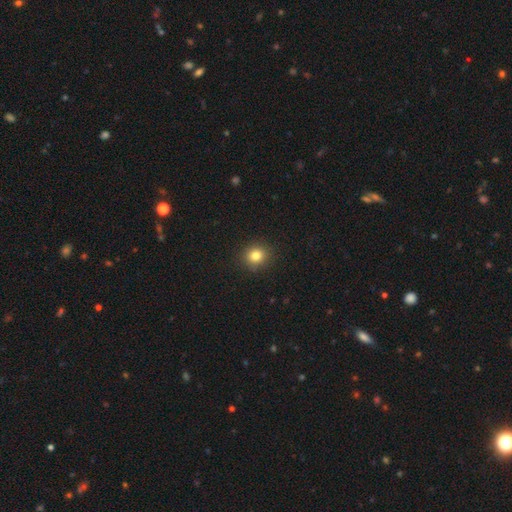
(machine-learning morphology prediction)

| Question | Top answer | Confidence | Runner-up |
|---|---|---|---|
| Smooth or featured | smooth | 82% | star or artifact (12%) |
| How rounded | round | 85% | in between (14%) |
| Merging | none | 90% | minor disturbance (6%) |